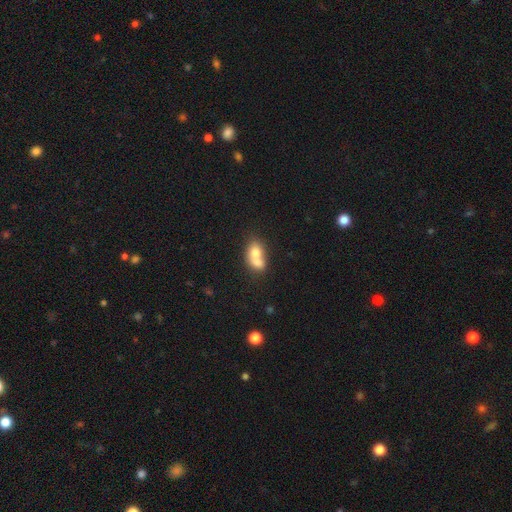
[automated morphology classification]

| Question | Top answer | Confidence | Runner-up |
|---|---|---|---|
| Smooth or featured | smooth | 69% | featured or disk (22%) |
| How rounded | in between | 65% | round (33%) |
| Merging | merger | 70% | none (19%) |